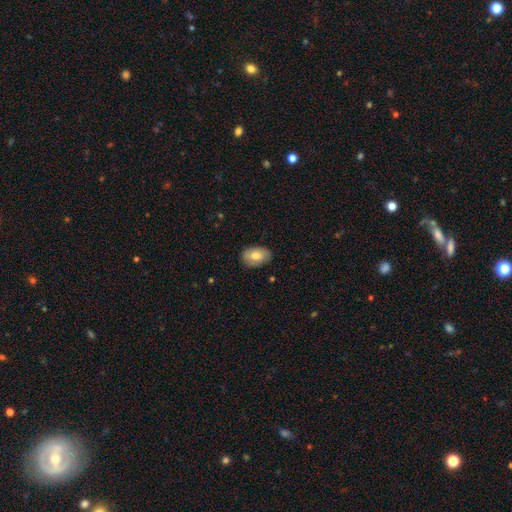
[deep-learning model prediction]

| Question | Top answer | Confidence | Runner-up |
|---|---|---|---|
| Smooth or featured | smooth | 72% | featured or disk (21%) |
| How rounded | in between | 87% | round (11%) |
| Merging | none | 82% | minor disturbance (15%) |